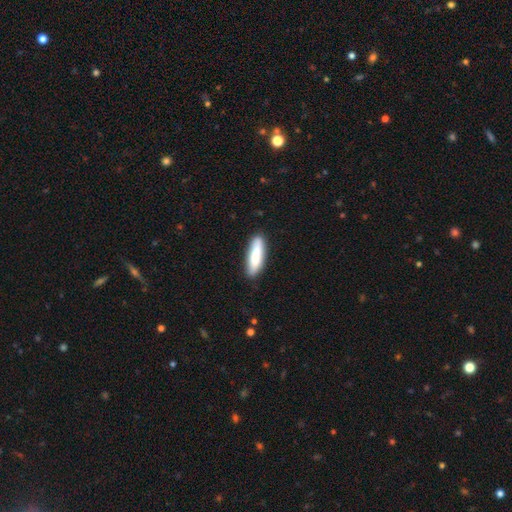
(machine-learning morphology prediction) Smooth or featured? smooth (80%)
How rounded? cigar-shaped (65%)
Merging? none (86%)